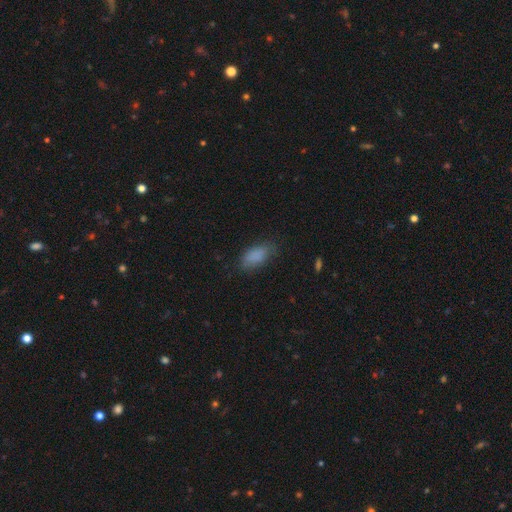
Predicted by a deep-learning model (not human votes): Morphology: type=smooth (86%); roundness=in between (89%); merging=none (73%).